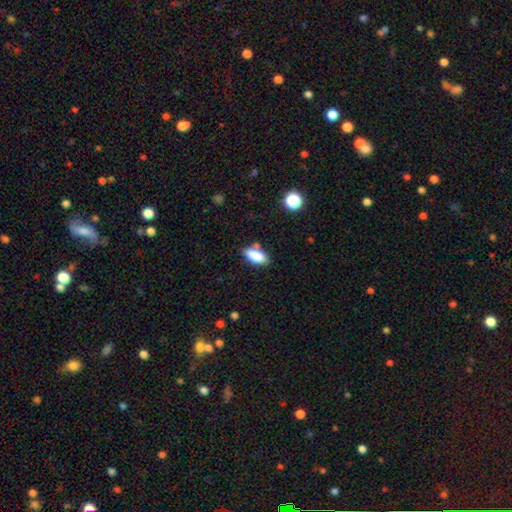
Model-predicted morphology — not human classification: Smooth or featured?
  - smooth: 85% *
  - star or artifact: 8%
  - featured or disk: 7%
How rounded?
  - in between: 86% *
  - cigar-shaped: 11%
  - round: 3%
Merging?
  - none: 76% *
  - minor disturbance: 14%
  - merger: 7%
  - major disturbance: 3%